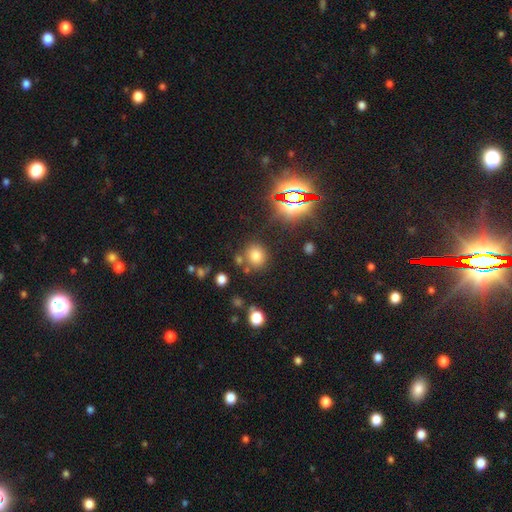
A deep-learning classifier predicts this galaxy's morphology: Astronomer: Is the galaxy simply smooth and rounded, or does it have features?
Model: smooth — 73%.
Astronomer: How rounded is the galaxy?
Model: round — 80%.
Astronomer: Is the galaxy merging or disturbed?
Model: none — 76%.